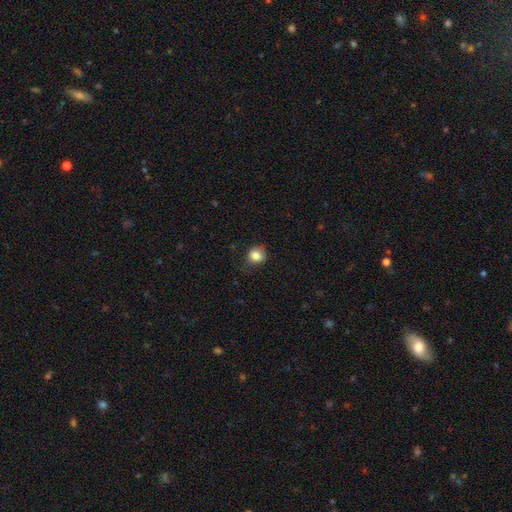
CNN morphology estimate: Smooth or featured? Predicted: smooth (p=0.83). How rounded? Predicted: round (p=0.72). Merging? Predicted: none (p=0.71).